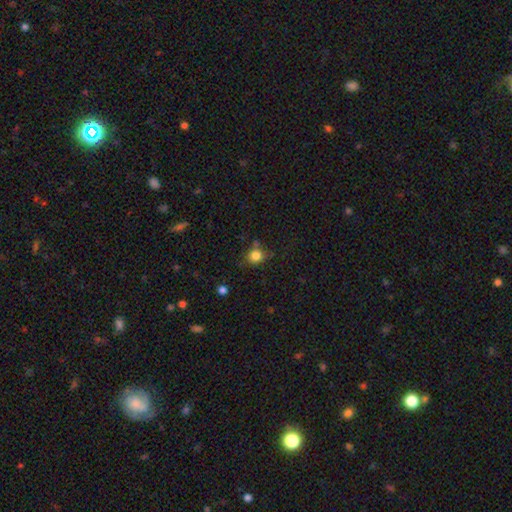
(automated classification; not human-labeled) A smooth galaxy with no disk features (82%) that is round (80%).

Vote fractions:
- Smooth or featured? smooth: 82% / star or artifact: 11% / featured or disk: 6%
- How rounded? round: 80% / in between: 19% / cigar-shaped: 1%
- Merging? none: 69% / minor disturbance: 18% / merger: 8% / major disturbance: 5%